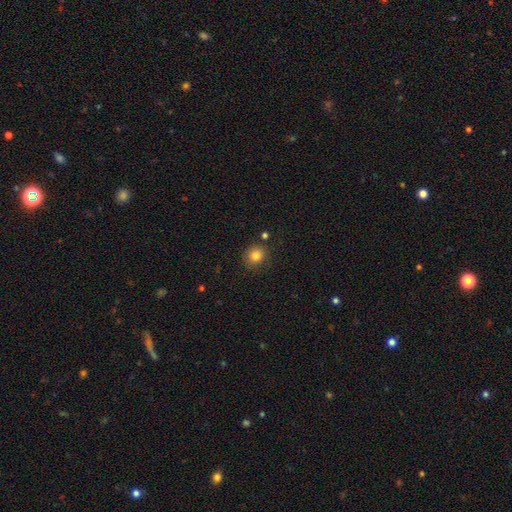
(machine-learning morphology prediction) A smooth galaxy with no disk features (81%) that is round (81%). Merging: none (84%).